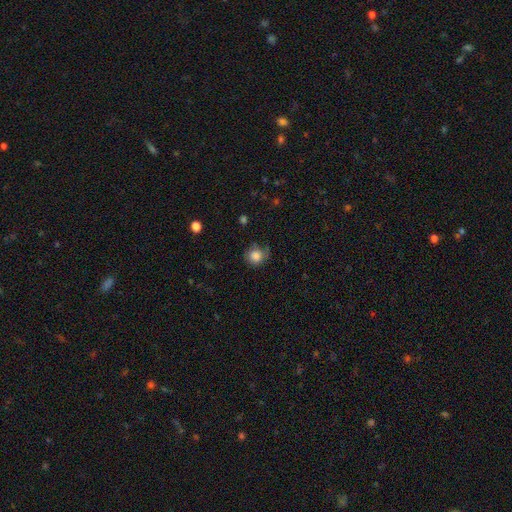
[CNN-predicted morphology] Q: Smooth or featured?
A: smooth (81%); runner-up: star or artifact (9%)
Q: How rounded?
A: round (85%); runner-up: in between (14%)
Q: Merging?
A: none (59%); runner-up: minor disturbance (27%)